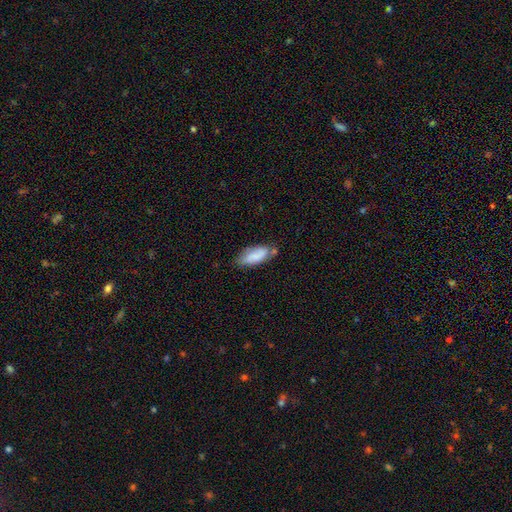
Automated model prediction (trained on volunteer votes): Smooth or featured?
  - smooth: 79% *
  - featured or disk: 15%
  - star or artifact: 7%
How rounded?
  - in between: 81% *
  - cigar-shaped: 17%
  - round: 2%
Merging?
  - none: 56% *
  - minor disturbance: 28%
  - merger: 9%
  - major disturbance: 6%